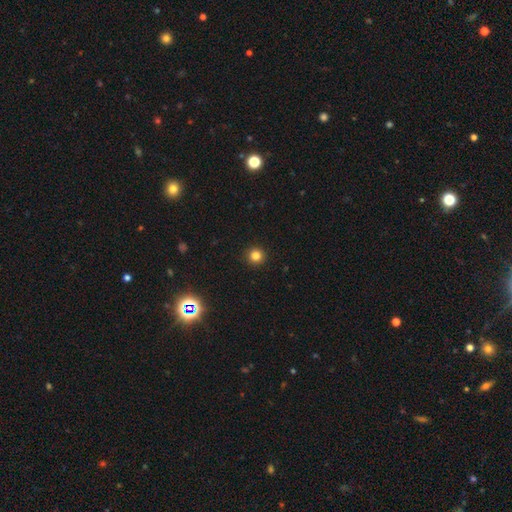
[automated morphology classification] A smooth galaxy with no disk features (81%) that is round (95%). Merging: none (93%).